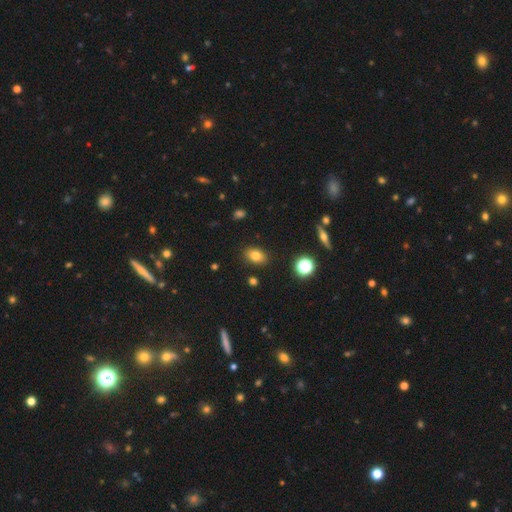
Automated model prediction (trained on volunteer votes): Smooth or featured?
  - smooth: 78% *
  - star or artifact: 12%
  - featured or disk: 10%
How rounded?
  - in between: 78% *
  - round: 21%
  - cigar-shaped: 1%
Merging?
  - none: 87% *
  - minor disturbance: 9%
  - major disturbance: 2%
  - merger: 2%